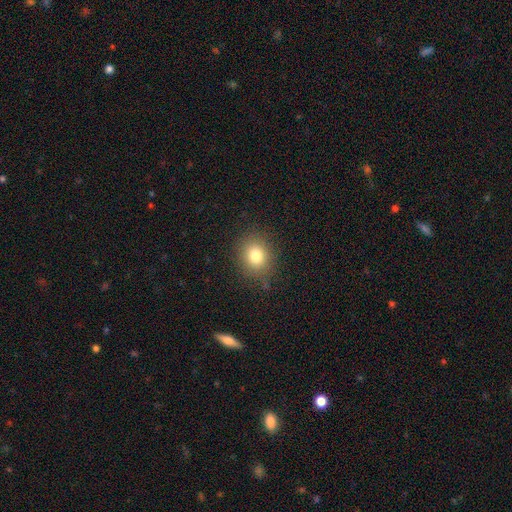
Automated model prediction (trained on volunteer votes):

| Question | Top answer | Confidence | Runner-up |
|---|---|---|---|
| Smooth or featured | smooth | 79% | star or artifact (12%) |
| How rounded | round | 70% | in between (29%) |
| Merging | none | 85% | minor disturbance (11%) |